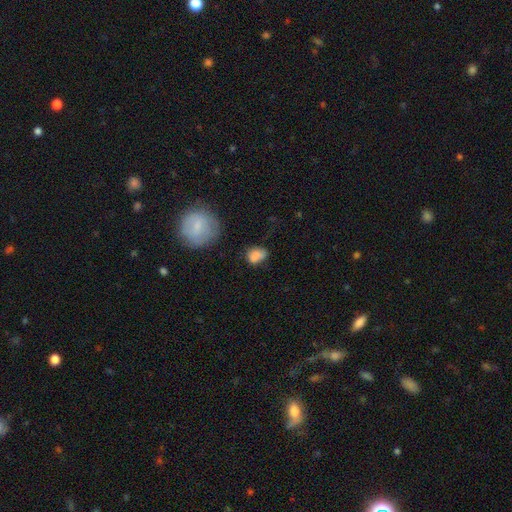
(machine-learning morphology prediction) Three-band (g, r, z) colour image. It shows a smooth galaxy with no disk features (82%) that is in between round and cigar-shaped (67%). Merging: none (55%).